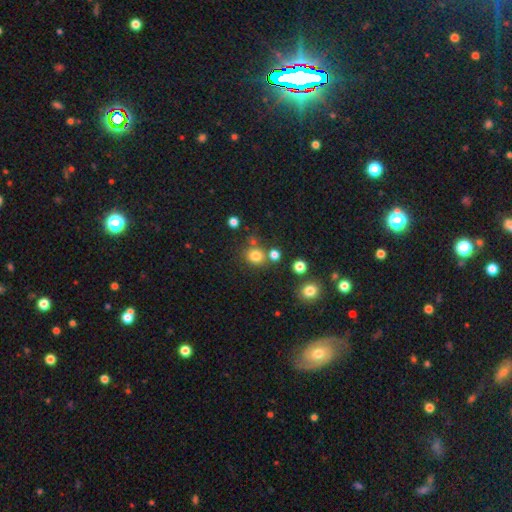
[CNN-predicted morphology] The model was most divided on "merging": none: 72%, merger: 14%, minor disturbance: 10%, major disturbance: 4%. More confident: how rounded — round (83%); smooth or featured — smooth (78%).